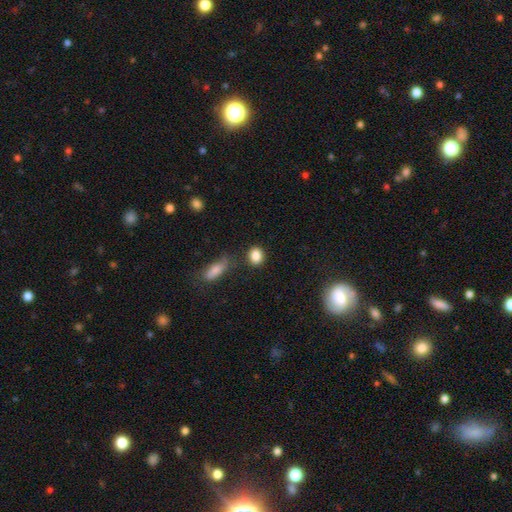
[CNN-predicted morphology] Smooth or featured: smooth — 86% (star or artifact — 9%)
How rounded: round — 58% (in between — 40%)
Merging: none — 78% (minor disturbance — 12%)